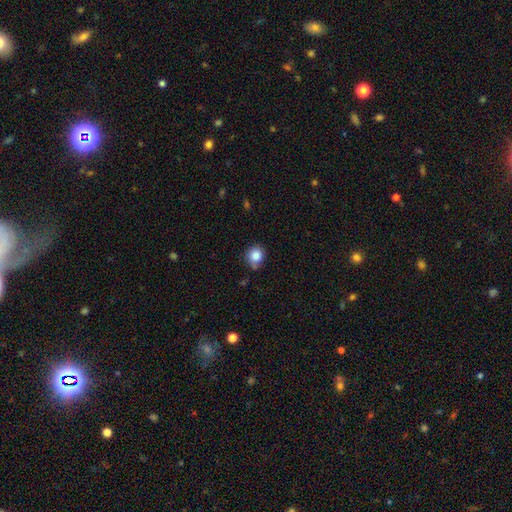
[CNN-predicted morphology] A smooth galaxy with no disk features (85%) that is round (82%). Merging: none (71%).